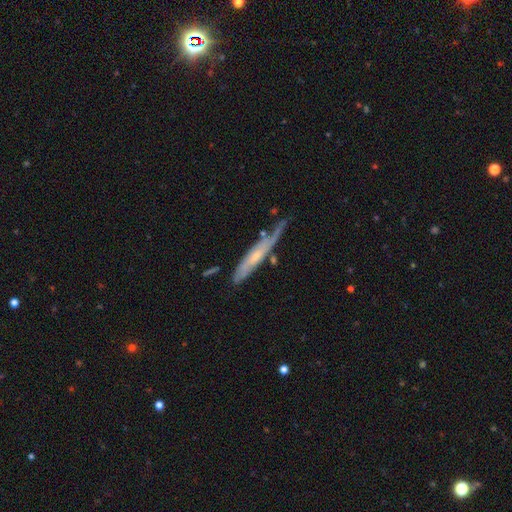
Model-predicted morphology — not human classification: This is likely a featured or disk galaxy (60%). It is likely viewed edge-on (70%). Merging: possibly none (53%).